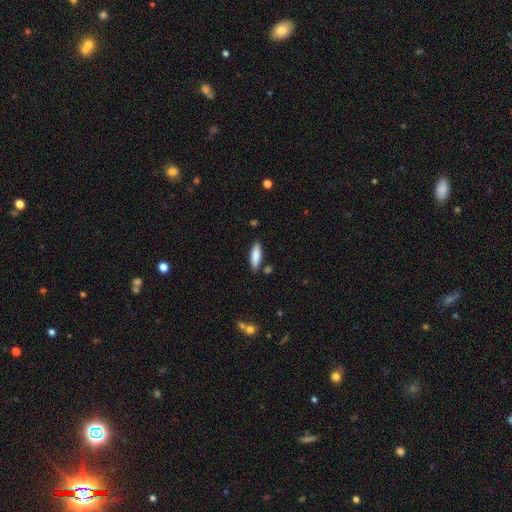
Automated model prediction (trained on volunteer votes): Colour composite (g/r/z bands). It shows a smooth galaxy with no disk features (84%) that is cigar-shaped (50%). Merging: none (84%).